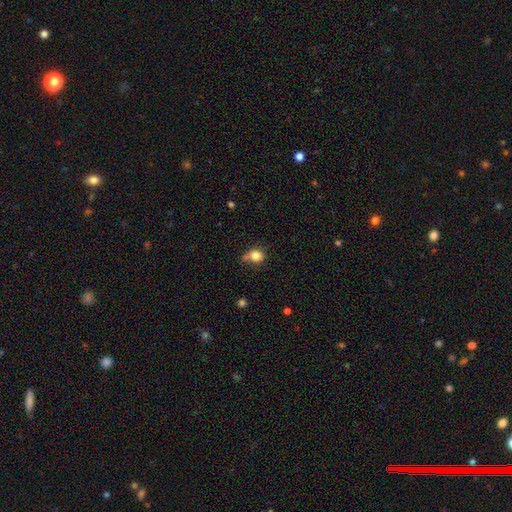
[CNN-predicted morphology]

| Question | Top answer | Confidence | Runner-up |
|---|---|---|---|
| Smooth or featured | smooth | 81% | star or artifact (11%) |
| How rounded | round | 74% | in between (25%) |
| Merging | none | 51% | minor disturbance (28%) |